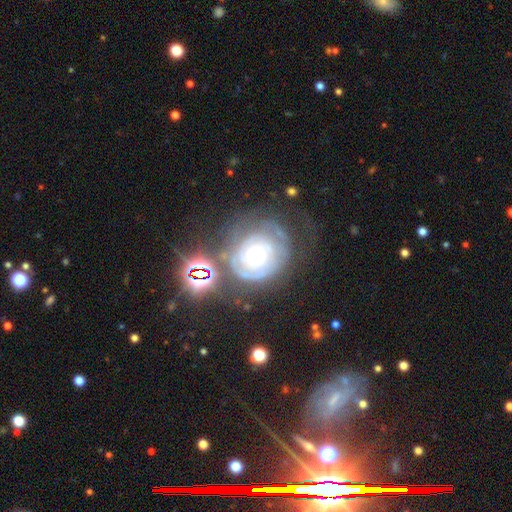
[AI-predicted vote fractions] This is likely a featured or disk galaxy (74%). It is clearly not viewed edge-on (97%). Bar: clearly no (84%). Spiral arm pattern: likely yes (77%). Spiral arm count: possibly can't tell (50%). Spiral winding: likely tight (76%). Central bulge: likely moderate (63%). Merging: possibly none (51%).